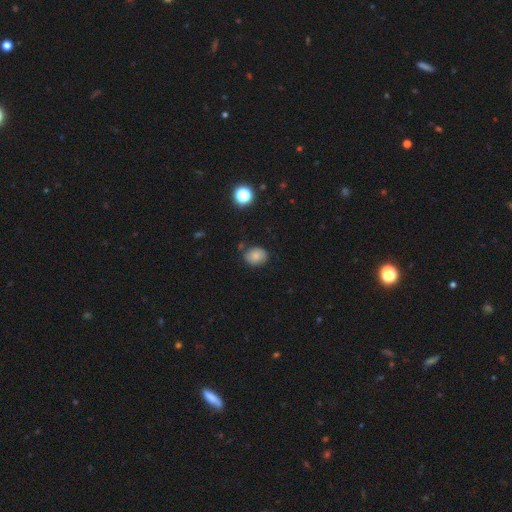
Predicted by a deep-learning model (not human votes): Overall: smooth (78%). How rounded: round (51%; in between 48%). Merging: none (77%).